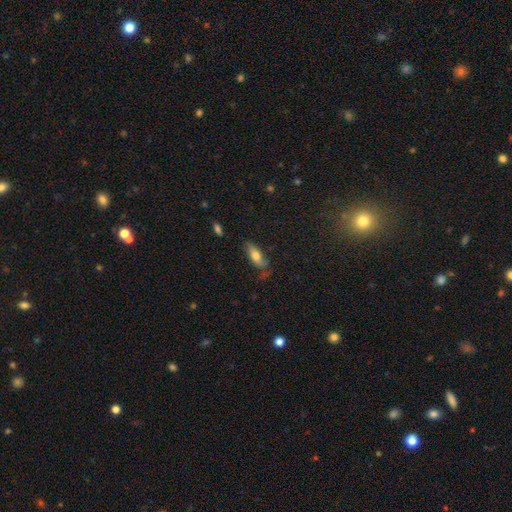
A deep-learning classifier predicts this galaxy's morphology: This appears to be a smooth galaxy with no disk features (66%) that is in between round and cigar-shaped (69%). Merging: none (61%).